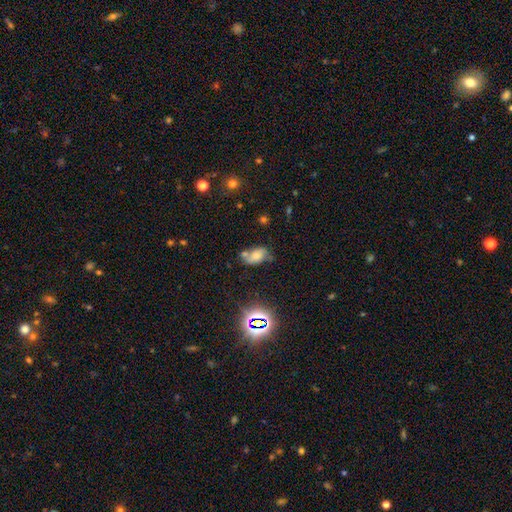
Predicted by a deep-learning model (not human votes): smooth-or-featured: smooth: 57% | featured or disk: 23% | star or artifact: 20%
  how-rounded: in between: 87% | round: 10% | cigar-shaped: 3%
  merging: none: 43% | minor disturbance: 25% | merger: 22% | major disturbance: 10%